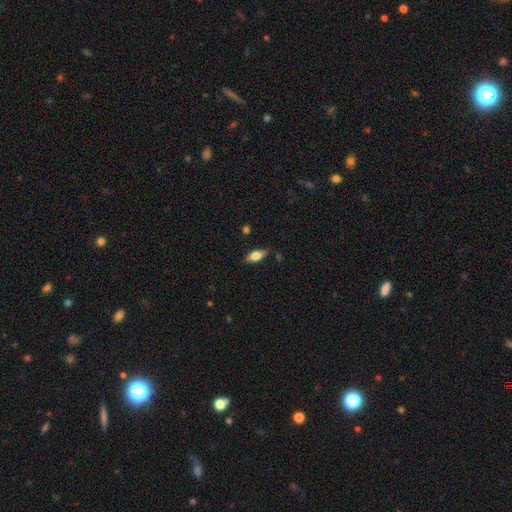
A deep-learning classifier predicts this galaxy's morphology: This appears to be a smooth galaxy with no disk features (57%) that is in between round and cigar-shaped (76%). Merging: none (84%).